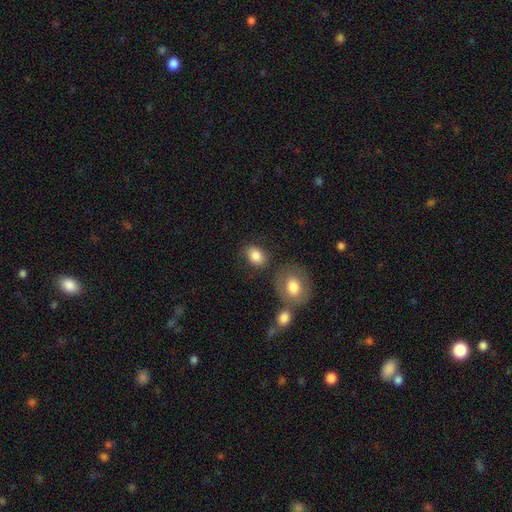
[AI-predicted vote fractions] smooth 84%, star or artifact 8%, featured or disk 8%. Down the decision tree: how rounded — in between (74%); merging — none (71%).